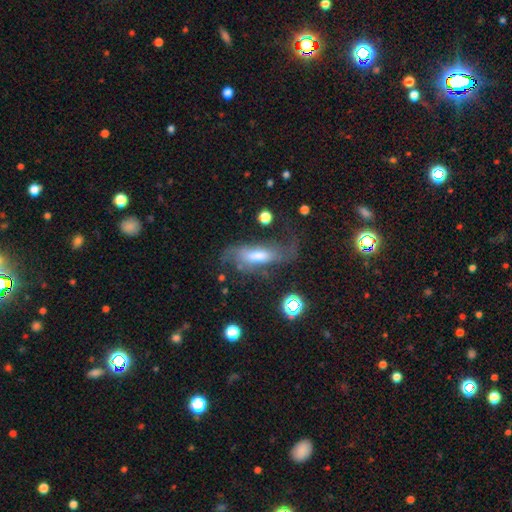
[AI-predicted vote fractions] Smooth or featured? featured or disk (68%)
Edge-on disk? no (81%)
Bar? weak (42%)
Spiral arms? yes (86%)
Bulge size? moderate (50%)
Merging? none (47%)